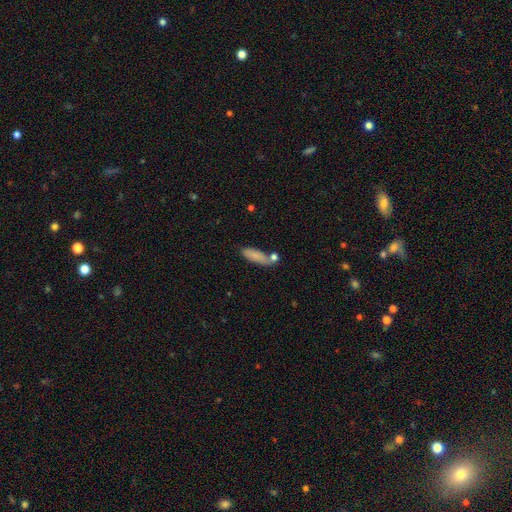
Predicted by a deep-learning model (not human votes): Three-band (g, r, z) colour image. It shows a smooth galaxy with no disk features (79%) that is in between round and cigar-shaped (52%). Merging: none (60%).